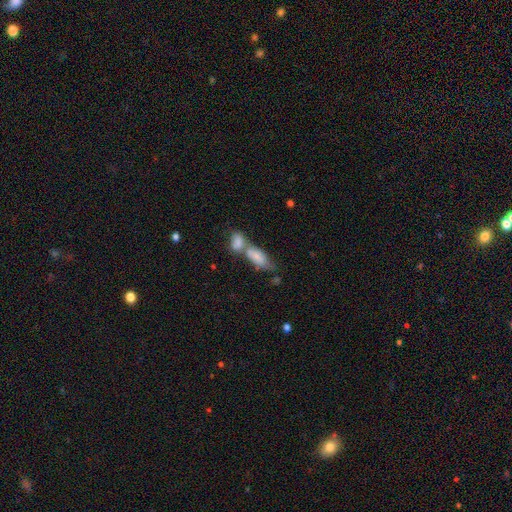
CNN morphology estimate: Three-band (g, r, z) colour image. It shows a smooth galaxy with no disk features (68%) that is in between round and cigar-shaped (79%). Merging: merger (62%).